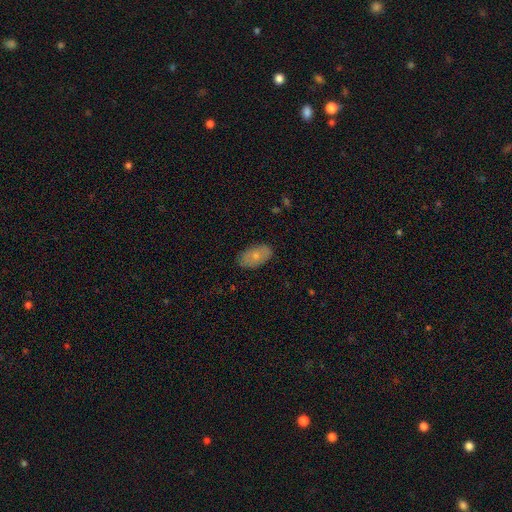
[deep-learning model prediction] Smooth or featured? Predicted: smooth (p=0.70). How rounded? Predicted: in between (p=0.93). Merging? Predicted: none (p=0.83).